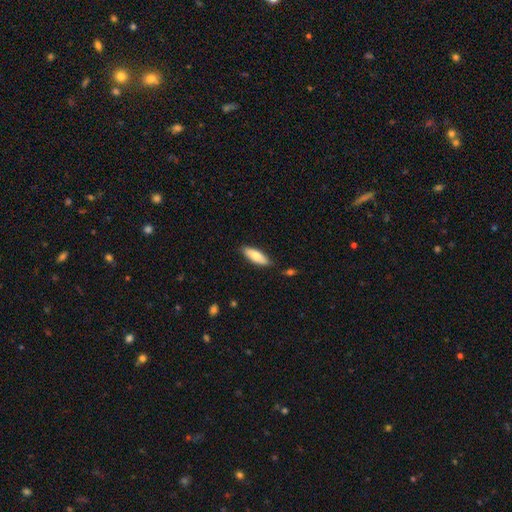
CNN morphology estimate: Q: Smooth or featured?
A: smooth (73%); runner-up: featured or disk (21%)
Q: How rounded?
A: in between (64%); runner-up: cigar-shaped (35%)
Q: Merging?
A: none (84%); runner-up: minor disturbance (12%)